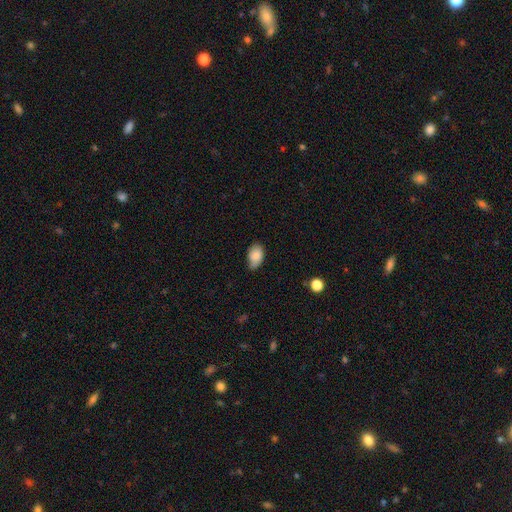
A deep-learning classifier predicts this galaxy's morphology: Smooth or featured? smooth (83%)
How rounded? in between (88%)
Merging? none (61%)